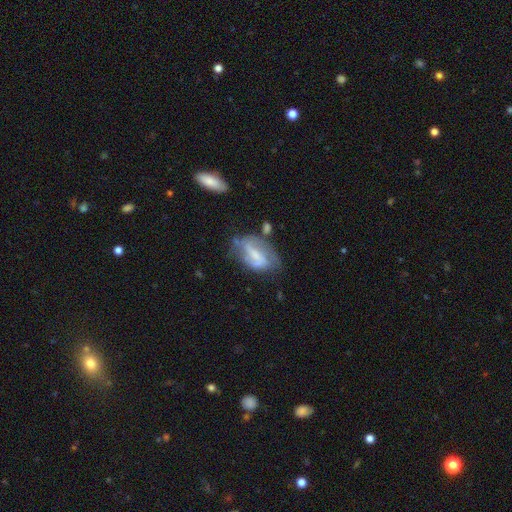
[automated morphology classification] A featured or disk galaxy (66%) with a weak bar (43%), spiral arms (78%) and a small central bulge (41%).

Vote fractions:
- Smooth or featured? featured or disk: 66% / smooth: 27% / star or artifact: 7%
- Edge-on disk? no: 95% / yes: 5%
- Bar? weak: 43% / strong: 34% / no: 23%
- Spiral arms? yes: 78% / no: 22%
- Bulge size? small: 41% / moderate: 28% / none: 25% / large: 5% / dominant: 1%
- Merging? none: 48% / minor disturbance: 28% / major disturbance: 16% / merger: 8%